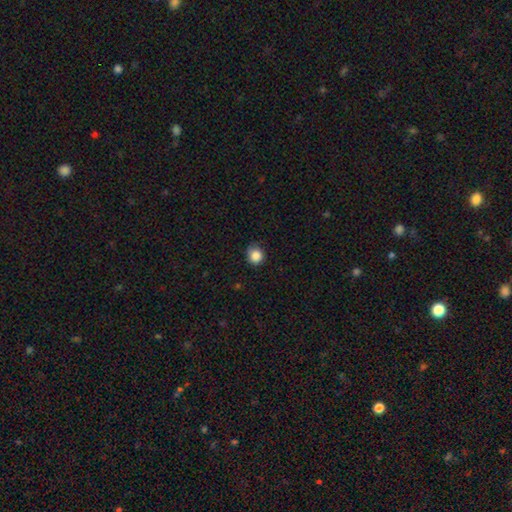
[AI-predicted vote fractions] Smooth or featured: smooth — 86% (star or artifact — 10%)
How rounded: round — 85% (in between — 14%)
Merging: none — 72% (minor disturbance — 22%)